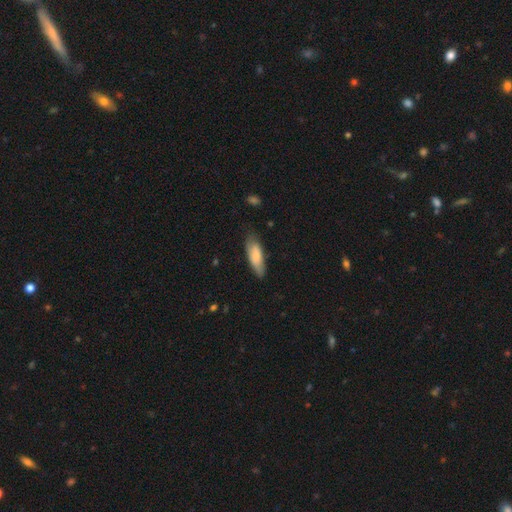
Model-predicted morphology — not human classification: The model was most divided on "how rounded": in between: 60%, cigar-shaped: 38%, round: 2%. More confident: smooth or featured — smooth (75%); merging — none (68%).